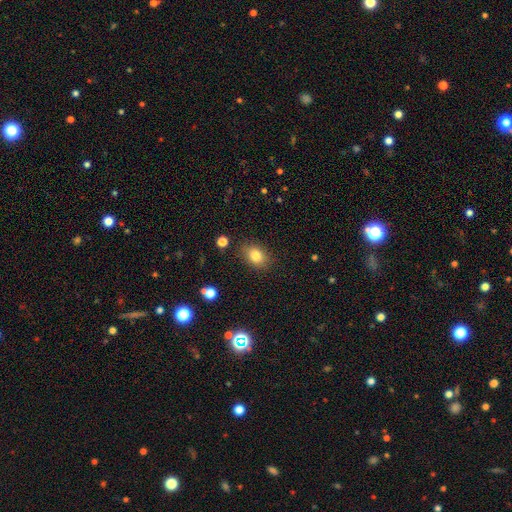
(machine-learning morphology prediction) smooth 82%, star or artifact 10%, featured or disk 8%. Down the decision tree: how rounded — in between (67%); merging — none (84%).